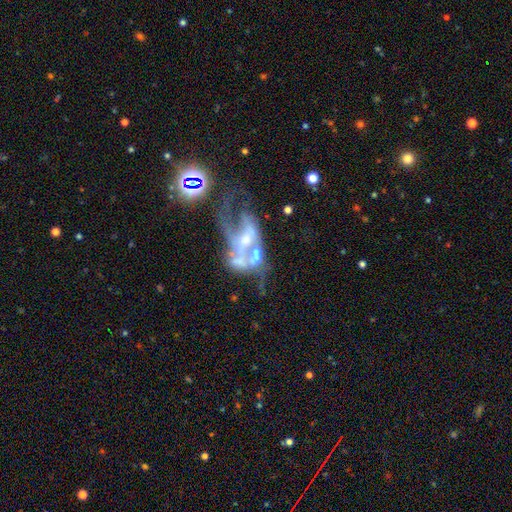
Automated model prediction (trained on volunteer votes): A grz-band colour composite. It shows a featured or disk galaxy (72%) with no bar (70%), no spiral arms (64%) and a moderate central bulge (37%). Merging: major disturbance (38%).